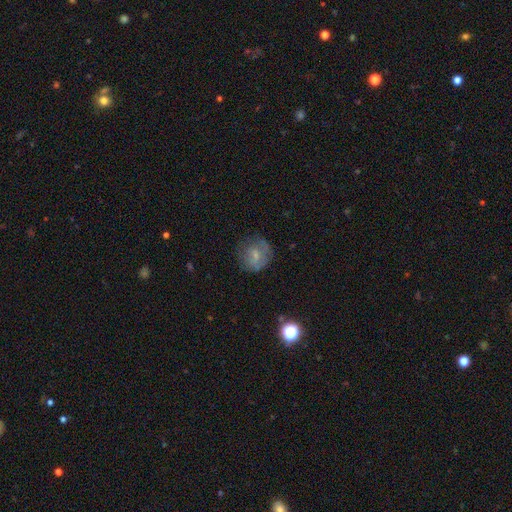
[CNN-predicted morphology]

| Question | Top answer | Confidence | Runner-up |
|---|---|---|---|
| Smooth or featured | smooth | 57% | featured or disk (32%) |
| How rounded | round | 77% | in between (22%) |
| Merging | none | 62% | minor disturbance (23%) |